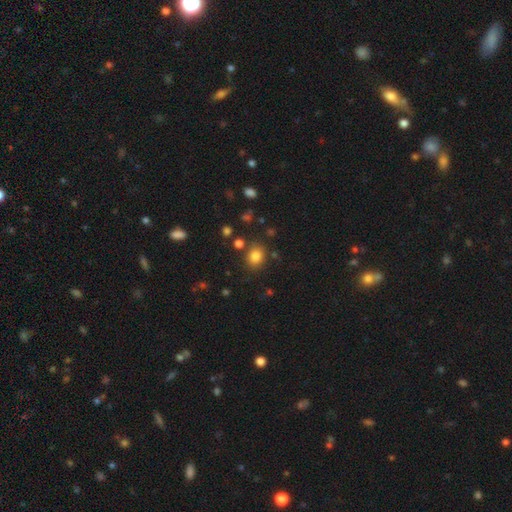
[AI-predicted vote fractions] A smooth galaxy with no disk features (81%) that is round (56%). Merging: none (79%).